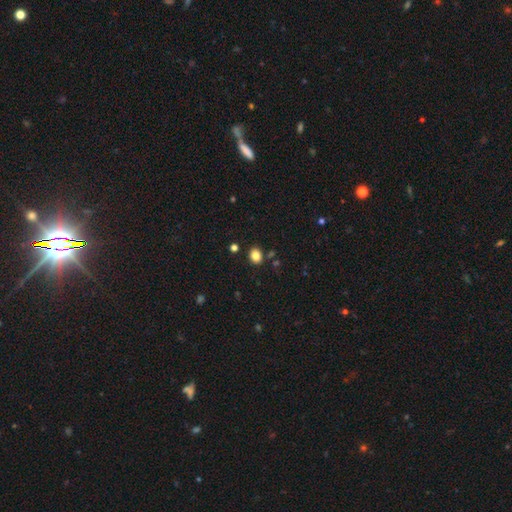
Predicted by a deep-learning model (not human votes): smooth_or_featured: smooth (p=0.83) [alt: star or artifact p=0.11]
how_rounded: in between (p=0.50) [alt: round p=0.49]
merging: none (p=0.84) [alt: minor disturbance p=0.09]